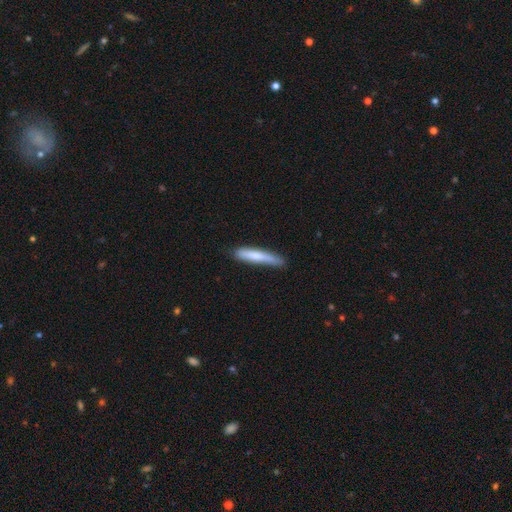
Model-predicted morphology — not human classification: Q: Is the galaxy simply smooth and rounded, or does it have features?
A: smooth — 75%.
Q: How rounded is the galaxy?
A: cigar-shaped — 93%.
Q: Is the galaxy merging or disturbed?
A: none — 73%.